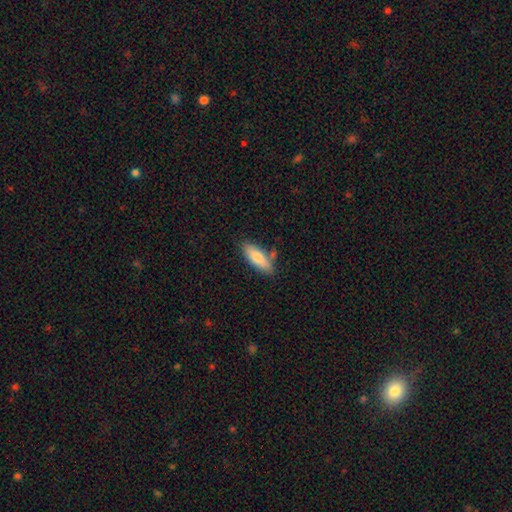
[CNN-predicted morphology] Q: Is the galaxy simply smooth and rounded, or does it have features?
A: smooth — 78%.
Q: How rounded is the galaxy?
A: in between — 60%.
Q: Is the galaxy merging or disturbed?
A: none — 75%.